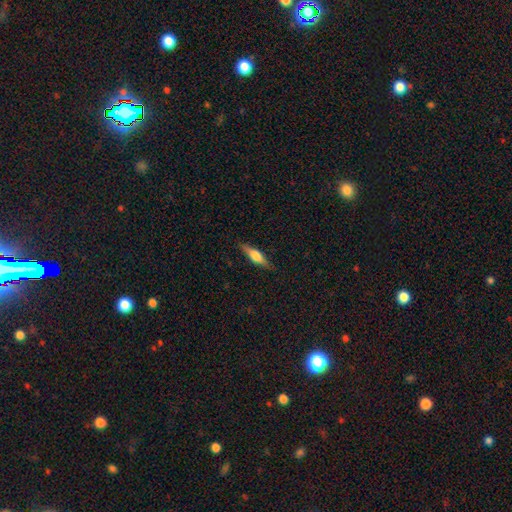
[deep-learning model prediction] Q: Smooth or featured?
A: featured or disk (49%); runner-up: smooth (45%)
Q: Merging?
A: none (86%); runner-up: minor disturbance (10%)